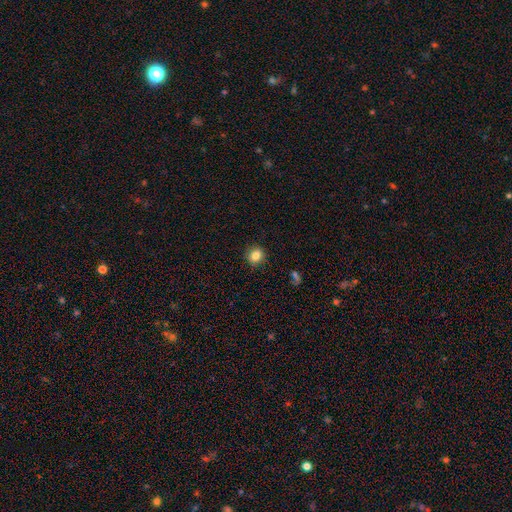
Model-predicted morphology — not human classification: Overall: smooth (84%). How rounded: round (78%). Merging: none (88%).